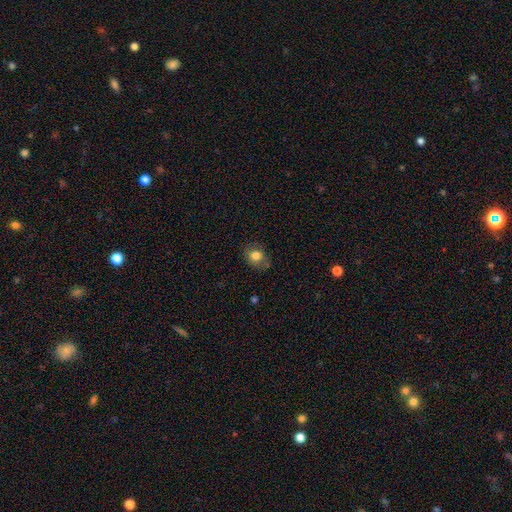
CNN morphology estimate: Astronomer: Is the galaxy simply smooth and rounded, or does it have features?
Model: smooth — 76%.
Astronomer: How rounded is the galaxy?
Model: round — 52% (runner-up: in between, 47%).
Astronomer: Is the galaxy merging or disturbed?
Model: none — 72%.